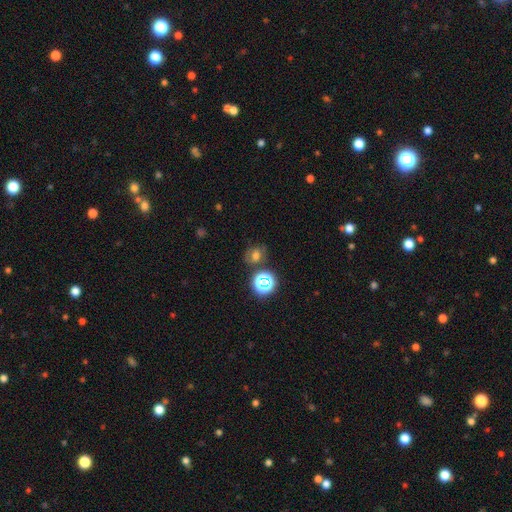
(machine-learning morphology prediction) The model was most divided on "how rounded": round: 58%, in between: 41%, cigar-shaped: 1%. More confident: merging — none (68%); smooth or featured — smooth (57%).